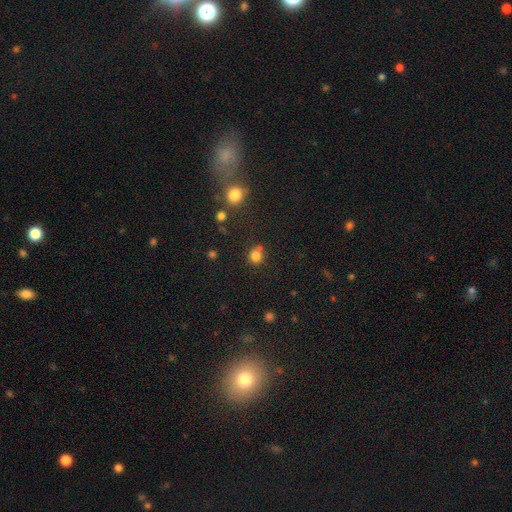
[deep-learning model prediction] Smooth or featured? Predicted: smooth (p=0.81). How rounded? Predicted: round (p=0.82). Merging? Predicted: none (p=0.70).